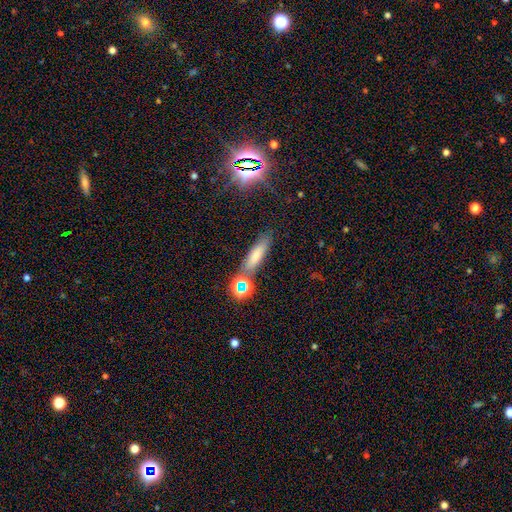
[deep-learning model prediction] smooth-or-featured: smooth: 69% | star or artifact: 16% | featured or disk: 15%
  how-rounded: cigar-shaped: 67% | in between: 28% | round: 5%
  merging: none: 75% | minor disturbance: 12% | merger: 9% | major disturbance: 4%